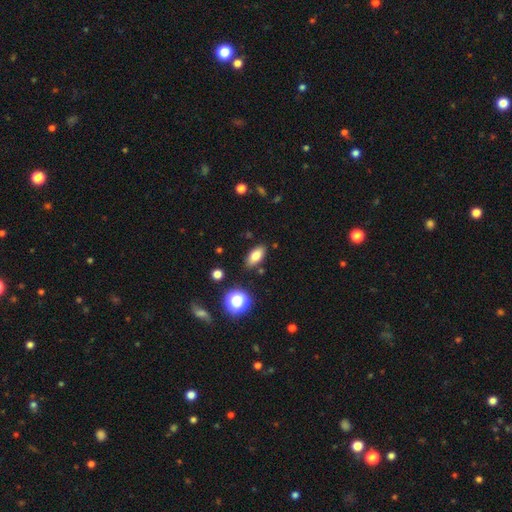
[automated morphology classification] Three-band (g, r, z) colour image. It shows a smooth galaxy with no disk features (78%) that is in between round and cigar-shaped (85%). Merging: none (84%).